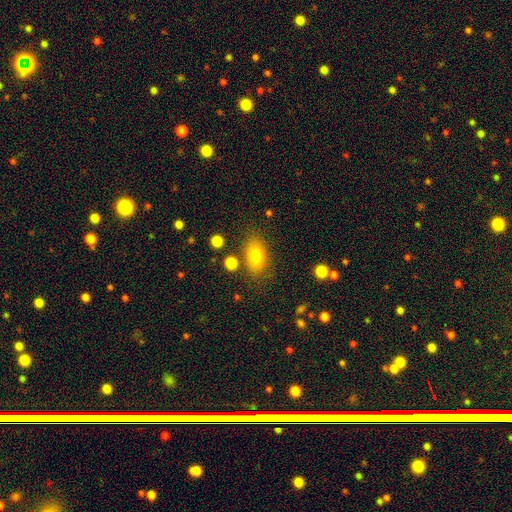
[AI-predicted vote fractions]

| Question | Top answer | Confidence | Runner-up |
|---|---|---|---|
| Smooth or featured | smooth | 78% | featured or disk (12%) |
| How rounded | in between | 84% | round (12%) |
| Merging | none | 78% | minor disturbance (13%) |